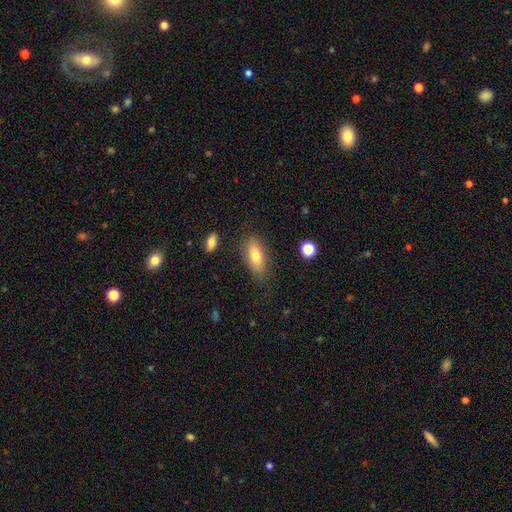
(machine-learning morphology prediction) A smooth galaxy with no disk features (77%) that is in between round and cigar-shaped (81%).

Vote fractions:
- Smooth or featured? smooth: 77% / featured or disk: 16% / star or artifact: 8%
- How rounded? in between: 81% / cigar-shaped: 15% / round: 4%
- Merging? none: 79% / minor disturbance: 15% / major disturbance: 4% / merger: 2%